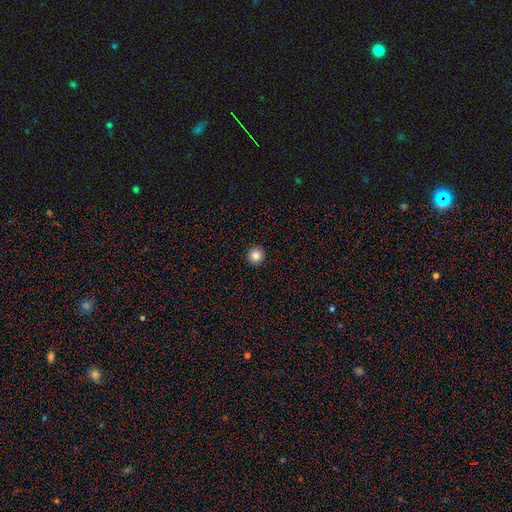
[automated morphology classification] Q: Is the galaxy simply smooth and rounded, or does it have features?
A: smooth — 84%.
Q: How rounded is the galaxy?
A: round — 96%.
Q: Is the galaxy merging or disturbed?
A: none — 94%.